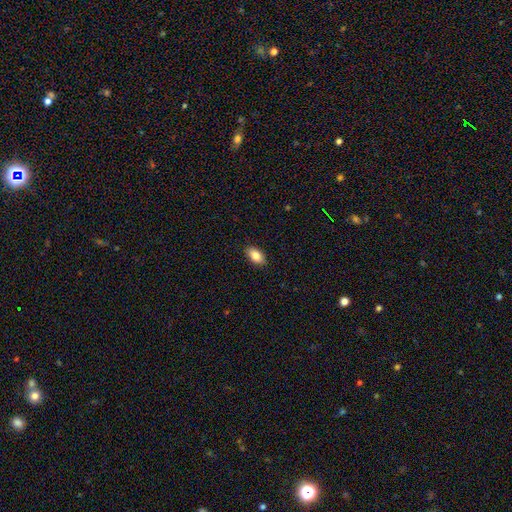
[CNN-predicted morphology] Overall: smooth (84%). How rounded: in between (92%). Merging: none (89%).